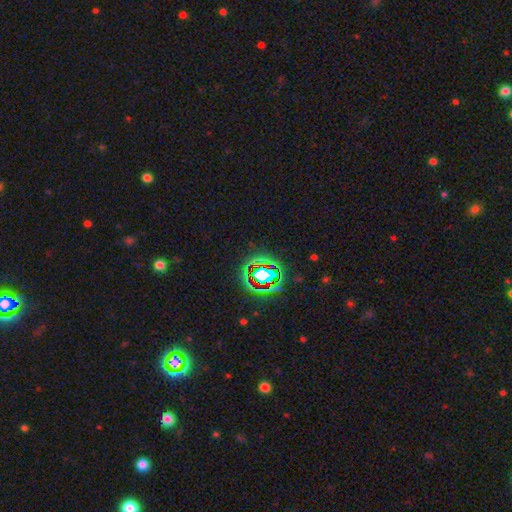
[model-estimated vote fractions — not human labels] Smooth or featured? Predicted: star or artifact (p=0.76).